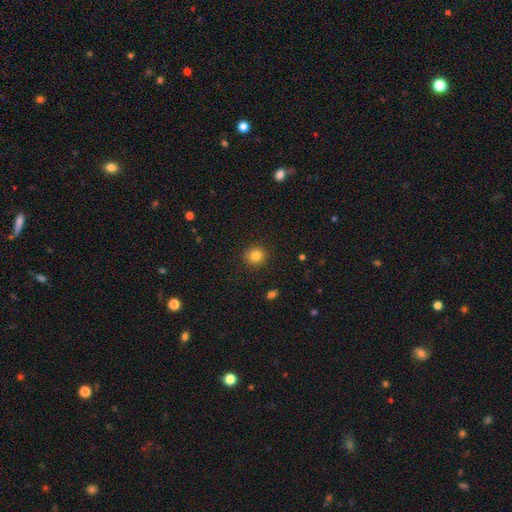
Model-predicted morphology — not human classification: The model was most divided on "smooth or featured": smooth: 83%, star or artifact: 11%, featured or disk: 6%. More confident: merging — none (90%); how rounded — round (90%).